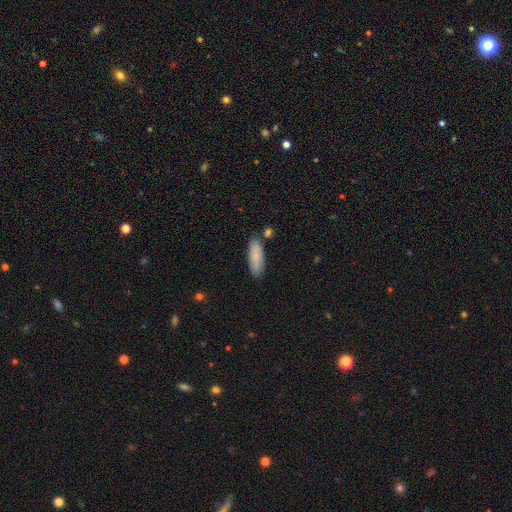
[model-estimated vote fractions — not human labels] smooth_or_featured: smooth (p=0.84) [alt: featured or disk p=0.10]
how_rounded: in between (p=0.57) [alt: cigar-shaped p=0.41]
merging: none (p=0.78) [alt: minor disturbance p=0.14]